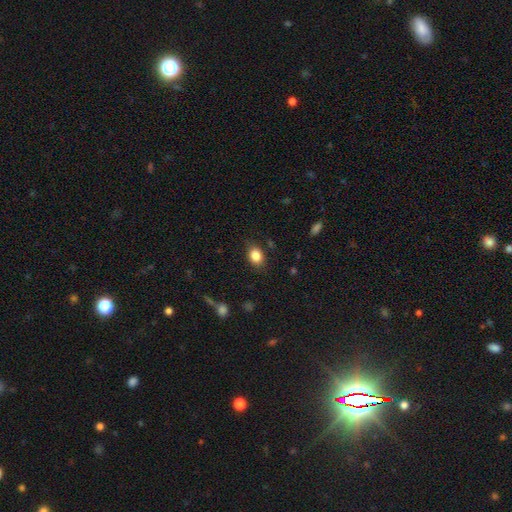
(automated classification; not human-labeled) Smooth or featured: smooth — 86% (star or artifact — 9%)
How rounded: in between — 63% (round — 36%)
Merging: none — 82% (minor disturbance — 13%)